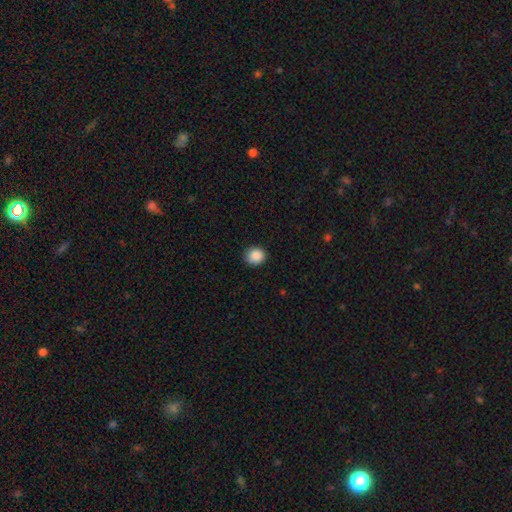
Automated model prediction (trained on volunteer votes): Smooth or featured: smooth — 89% (star or artifact — 9%)
How rounded: round — 84% (in between — 15%)
Merging: none — 88% (minor disturbance — 9%)